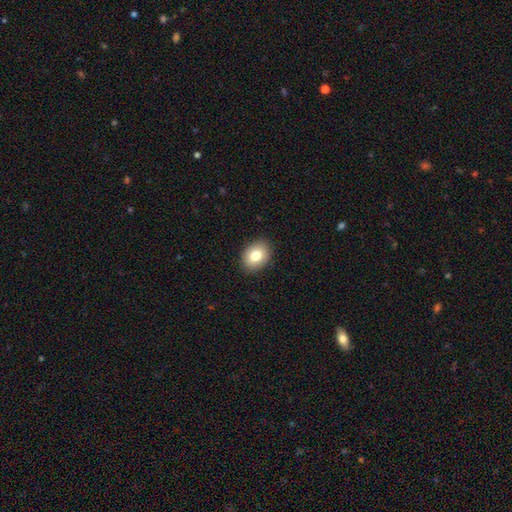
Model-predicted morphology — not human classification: Overall: smooth (81%). How rounded: in between (66%; round 33%). Merging: none (89%).